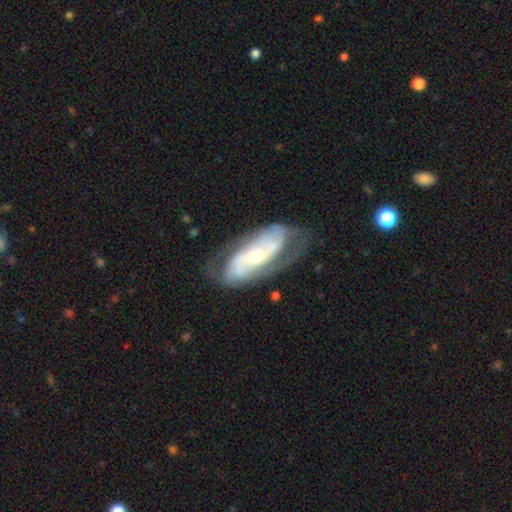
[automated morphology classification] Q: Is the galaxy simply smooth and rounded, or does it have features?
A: featured or disk — 80%.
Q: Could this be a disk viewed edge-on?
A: no — 91%.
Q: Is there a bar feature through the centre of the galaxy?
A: no — 51%.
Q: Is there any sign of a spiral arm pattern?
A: yes — 89%.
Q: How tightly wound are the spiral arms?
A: medium — 42%.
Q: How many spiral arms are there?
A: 2 — 70%.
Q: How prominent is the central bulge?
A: moderate — 64%.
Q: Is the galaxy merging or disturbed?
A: none — 60%.